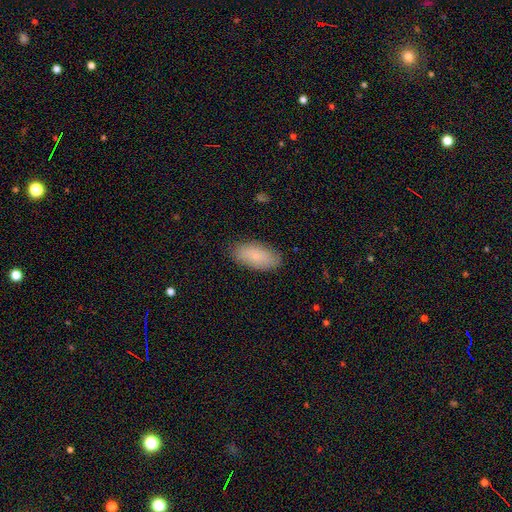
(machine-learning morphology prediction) A smooth galaxy with no disk features (80%) that is in between round and cigar-shaped (90%).

Vote fractions:
- Smooth or featured? smooth: 80% / featured or disk: 13% / star or artifact: 7%
- How rounded? in between: 90% / cigar-shaped: 8% / round: 2%
- Merging? none: 85% / minor disturbance: 11% / major disturbance: 2% / merger: 1%